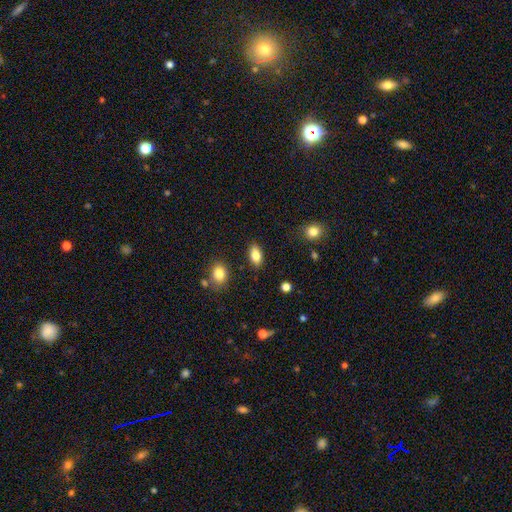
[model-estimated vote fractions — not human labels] A smooth galaxy with no disk features (83%) that is in between round and cigar-shaped (90%).

Vote fractions:
- Smooth or featured? smooth: 83% / featured or disk: 9% / star or artifact: 8%
- How rounded? in between: 90% / round: 7% / cigar-shaped: 3%
- Merging? none: 85% / minor disturbance: 10% / major disturbance: 3% / merger: 2%